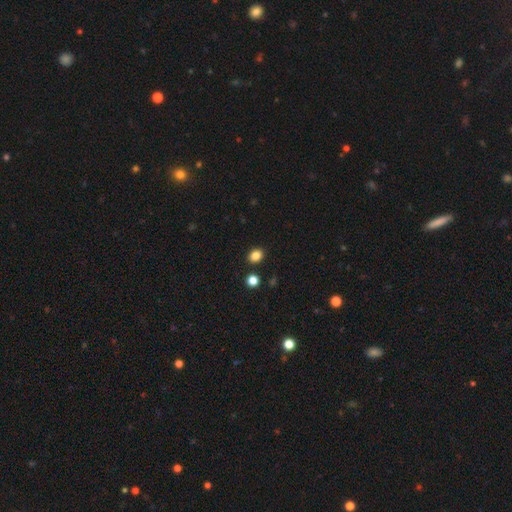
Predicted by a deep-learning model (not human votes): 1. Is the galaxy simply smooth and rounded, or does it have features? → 84% smooth, 12% star or artifact, 4% featured or disk.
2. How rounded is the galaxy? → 51% round, 48% in between, 1% cigar-shaped.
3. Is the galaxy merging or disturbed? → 87% none, 7% minor disturbance, 3% merger, 2% major disturbance.